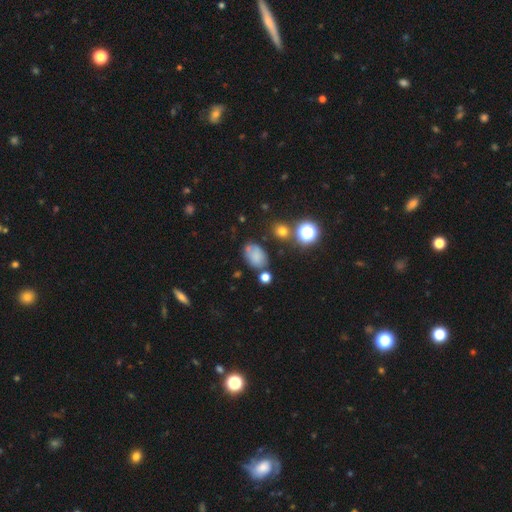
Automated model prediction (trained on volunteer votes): A smooth galaxy with no disk features (69%) that is in between round and cigar-shaped (80%). Merging: none (57%).